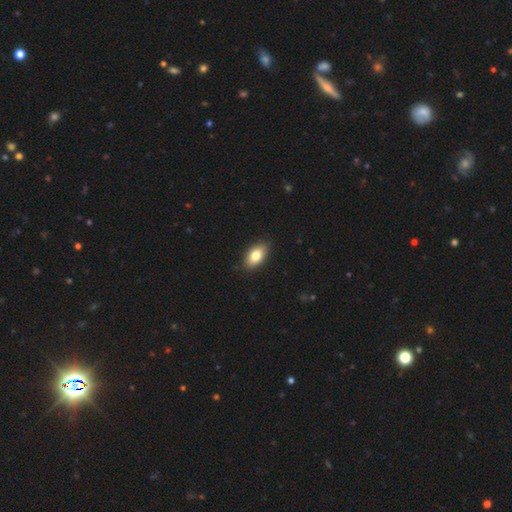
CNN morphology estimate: smooth_or_featured: smooth (p=0.81) [alt: featured or disk p=0.12]
how_rounded: in between (p=0.91) [alt: round p=0.05]
merging: none (p=0.88) [alt: minor disturbance p=0.10]